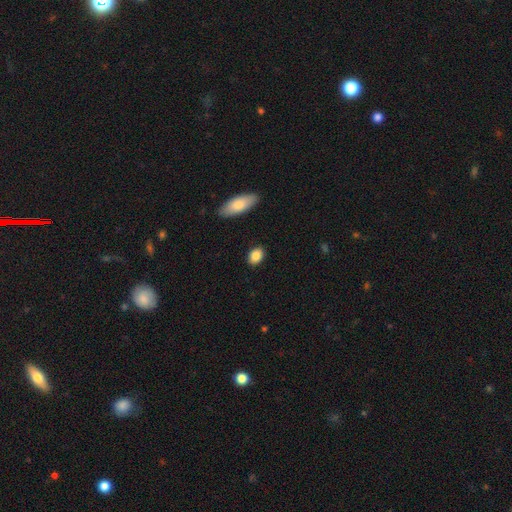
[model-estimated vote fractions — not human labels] smooth-or-featured: smooth: 87% | star or artifact: 7% | featured or disk: 5%
  how-rounded: in between: 76% | round: 22% | cigar-shaped: 2%
  merging: none: 88% | minor disturbance: 8% | major disturbance: 2% | merger: 2%